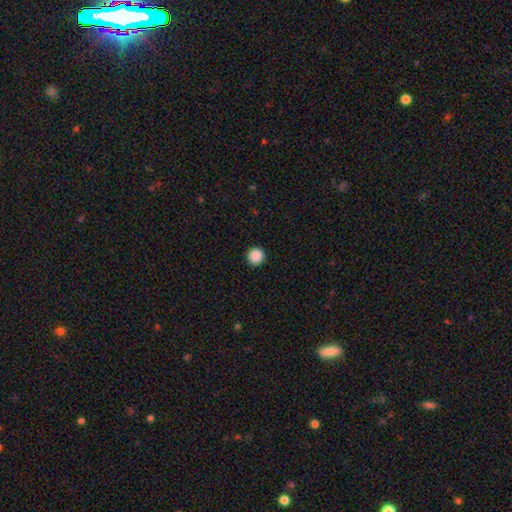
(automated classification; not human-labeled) Overall: smooth (89%). How rounded: round (95%). Merging: none (93%).